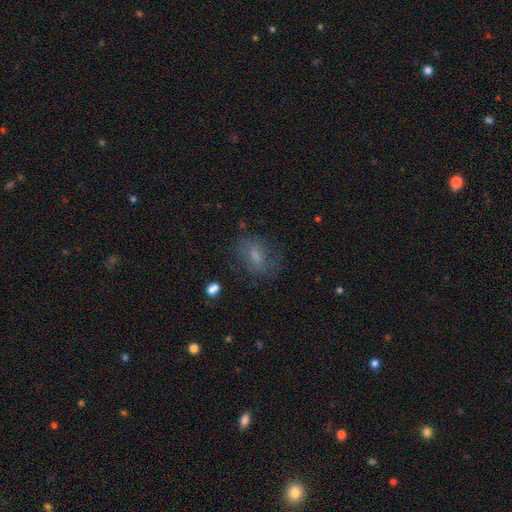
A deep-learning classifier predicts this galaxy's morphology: Smooth or featured? Predicted: smooth (p=0.62). How rounded? Predicted: in between (p=0.70). Merging? Predicted: none (p=0.66).